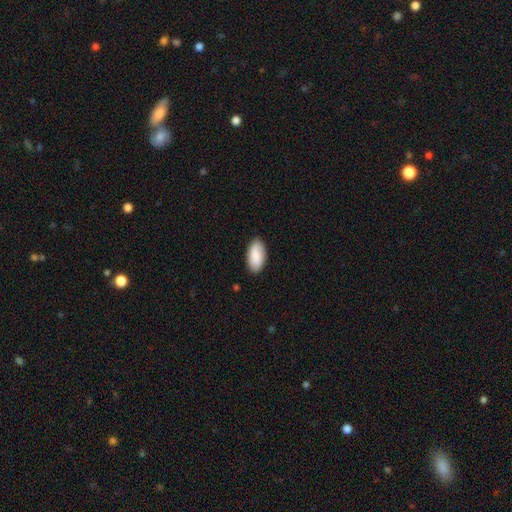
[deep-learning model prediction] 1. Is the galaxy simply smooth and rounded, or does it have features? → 83% smooth, 11% featured or disk, 6% star or artifact.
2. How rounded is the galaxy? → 94% in between, 3% cigar-shaped, 2% round.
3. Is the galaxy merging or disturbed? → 87% none, 10% minor disturbance, 2% major disturbance, 1% merger.